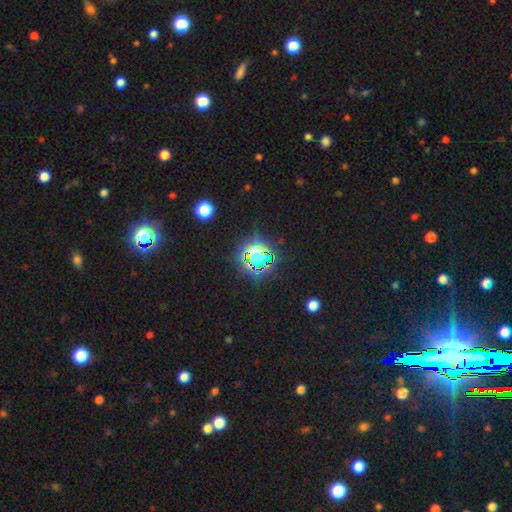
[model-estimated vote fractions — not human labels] Smooth or featured? star or artifact (78%)